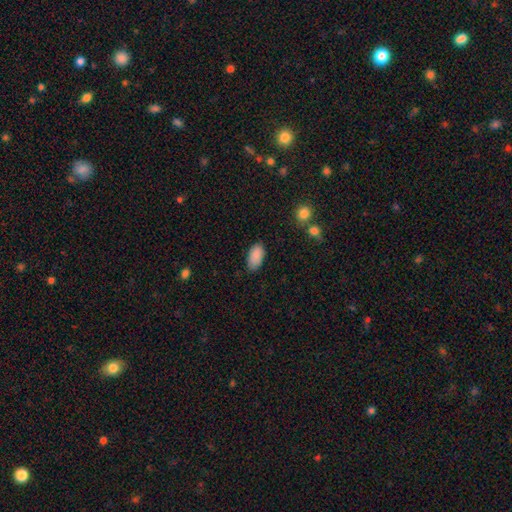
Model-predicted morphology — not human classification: Smooth or featured: smooth — 88% (star or artifact — 7%)
How rounded: in between — 94% (cigar-shaped — 3%)
Merging: none — 79% (minor disturbance — 16%)